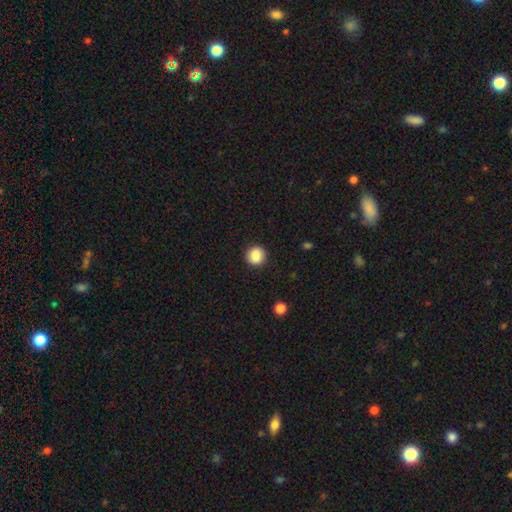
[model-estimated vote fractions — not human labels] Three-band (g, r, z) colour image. It shows a smooth galaxy with no disk features (88%) that is round (88%). Merging: none (90%).